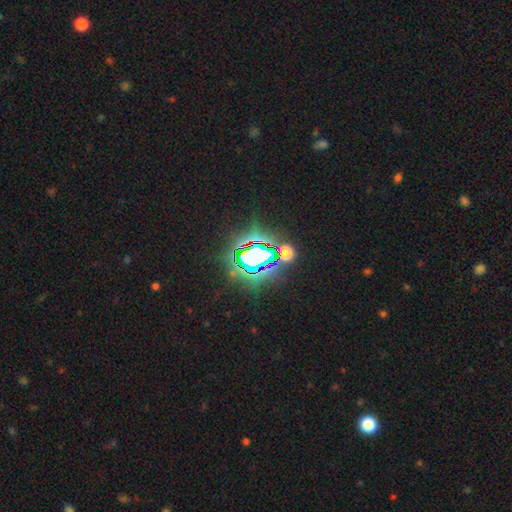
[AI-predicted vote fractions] Smooth or featured?
  - star or artifact: 75% *
  - smooth: 15%
  - featured or disk: 10%